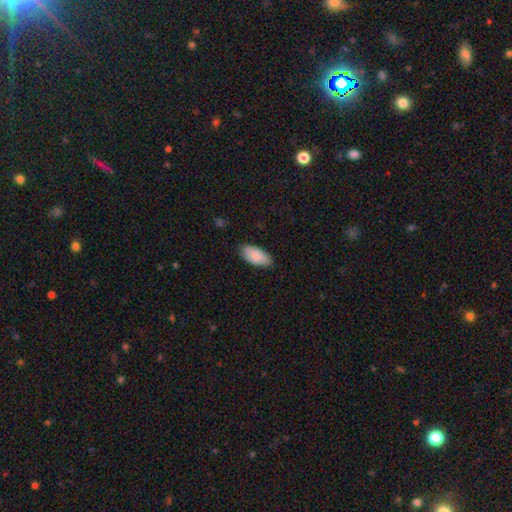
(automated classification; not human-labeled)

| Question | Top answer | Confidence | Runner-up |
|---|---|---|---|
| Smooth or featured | smooth | 86% | featured or disk (8%) |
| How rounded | in between | 92% | cigar-shaped (6%) |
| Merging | none | 82% | minor disturbance (15%) |